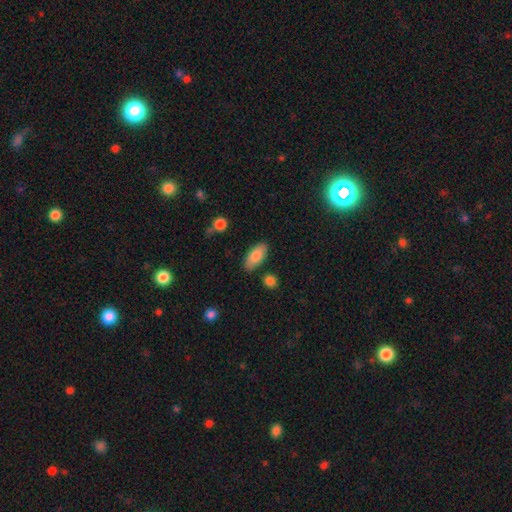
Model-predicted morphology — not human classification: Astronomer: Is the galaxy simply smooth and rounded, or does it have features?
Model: smooth — 84%.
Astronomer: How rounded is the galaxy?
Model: in between — 86%.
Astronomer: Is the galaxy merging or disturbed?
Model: none — 83%.